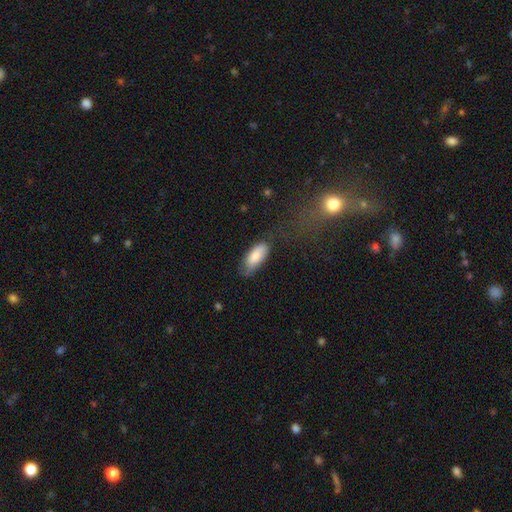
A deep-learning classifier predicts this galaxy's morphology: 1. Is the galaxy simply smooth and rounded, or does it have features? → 81% smooth, 13% featured or disk, 6% star or artifact.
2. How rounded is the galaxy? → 85% in between, 13% cigar-shaped, 2% round.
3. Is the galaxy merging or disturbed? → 60% none, 29% minor disturbance, 8% major disturbance, 2% merger.